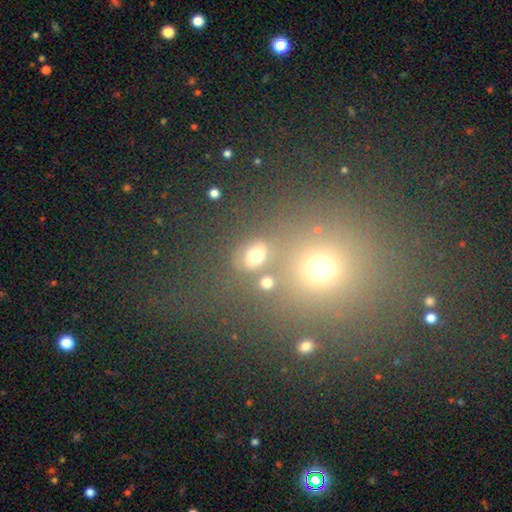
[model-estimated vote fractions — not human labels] smooth_or_featured: smooth (p=0.68) [alt: star or artifact p=0.22]
how_rounded: in between (p=0.51) [alt: round p=0.47]
merging: none (p=0.63) [alt: merger p=0.19]